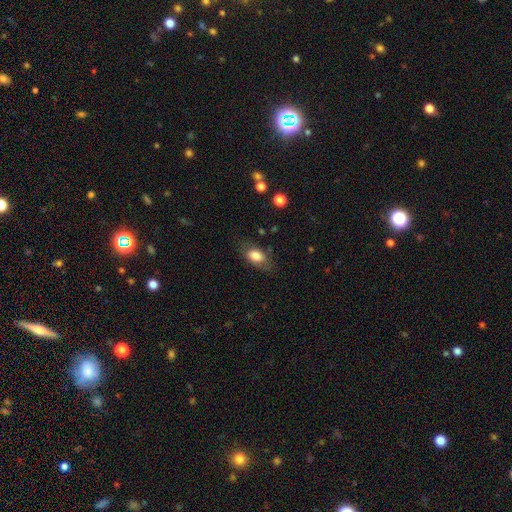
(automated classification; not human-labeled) Smooth or featured: smooth — 78% (featured or disk — 15%)
How rounded: in between — 89% (round — 8%)
Merging: none — 73% (minor disturbance — 19%)